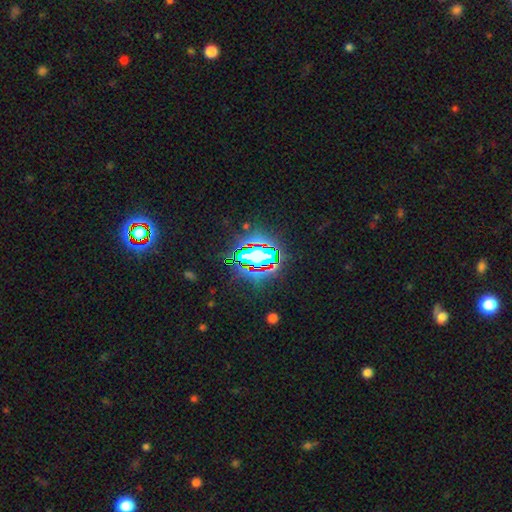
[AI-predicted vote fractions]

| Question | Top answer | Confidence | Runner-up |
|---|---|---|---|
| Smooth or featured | star or artifact | 72% | smooth (16%) |